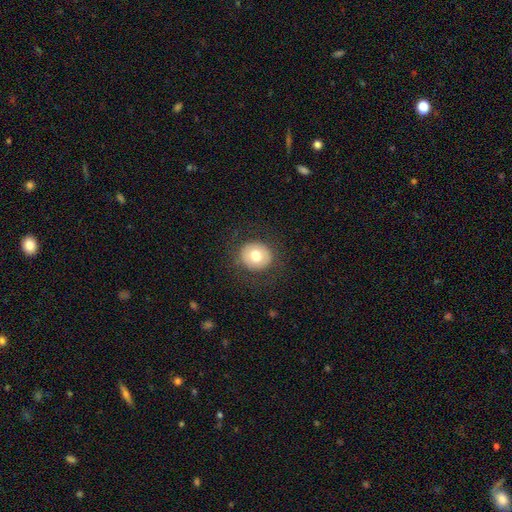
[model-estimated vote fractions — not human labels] A smooth galaxy with no disk features (71%) that is round (90%).

Vote fractions:
- Smooth or featured? smooth: 71% / featured or disk: 20% / star or artifact: 9%
- How rounded? round: 90% / in between: 9% / cigar-shaped: 1%
- Merging? none: 85% / minor disturbance: 9% / major disturbance: 6% / merger: 1%